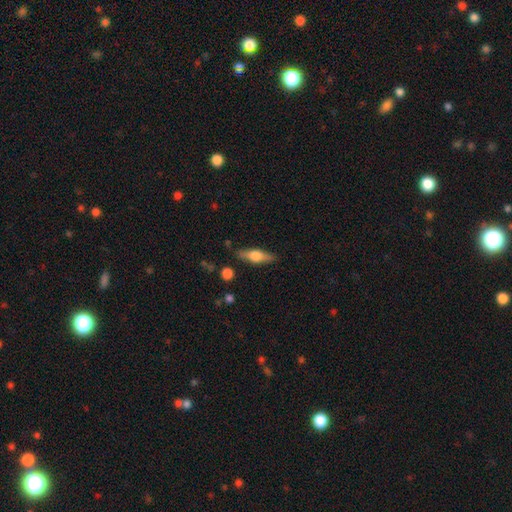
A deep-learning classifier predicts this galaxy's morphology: Smooth or featured: featured or disk — 48% (smooth — 46%)
Merging: none — 84% (minor disturbance — 11%)